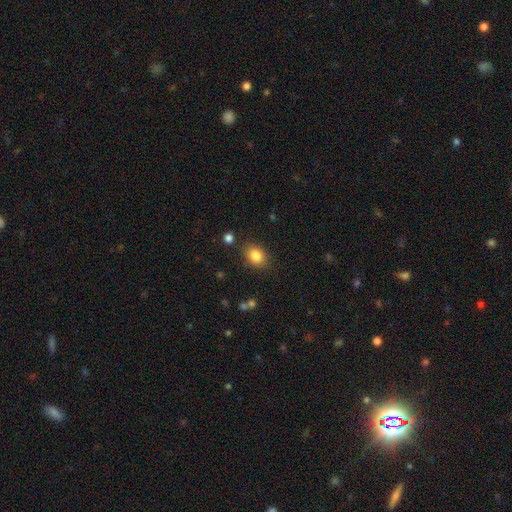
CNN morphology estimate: This appears to be a smooth galaxy with no disk features (85%) that is in between round and cigar-shaped (68%). Merging: none (82%).